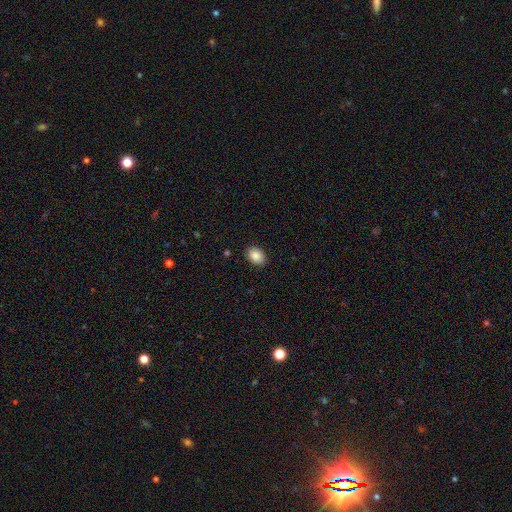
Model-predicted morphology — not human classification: This appears to be a smooth galaxy with no disk features (88%) that is in between round and cigar-shaped (66%). Merging: none (88%).